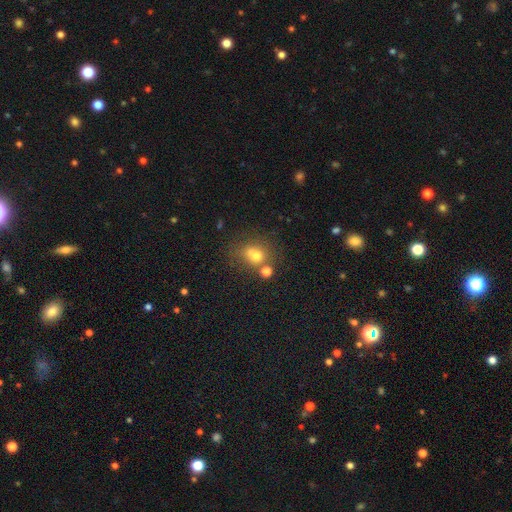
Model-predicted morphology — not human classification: Overall: smooth (66%). How rounded: round (68%; in between 31%). Merging: none (47%; merger 33%).